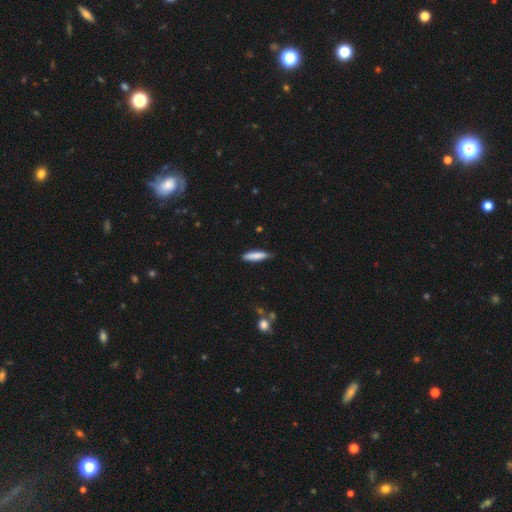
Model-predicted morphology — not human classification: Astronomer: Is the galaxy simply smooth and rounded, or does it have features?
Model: smooth — 81%.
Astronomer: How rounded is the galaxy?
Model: cigar-shaped — 80%.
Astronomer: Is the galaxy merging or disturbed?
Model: none — 83%.